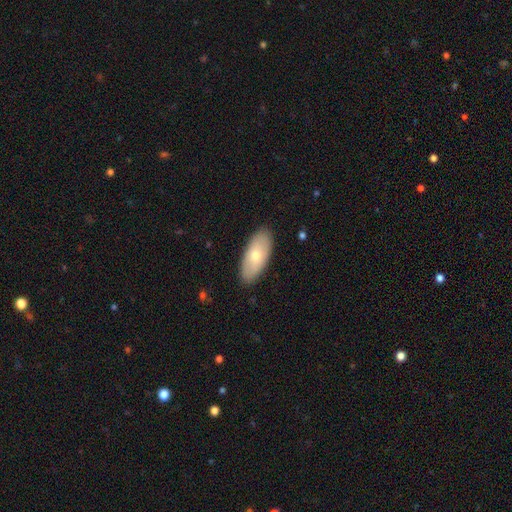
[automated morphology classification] Smooth or featured? smooth (63%)
How rounded? in between (88%)
Merging? none (88%)